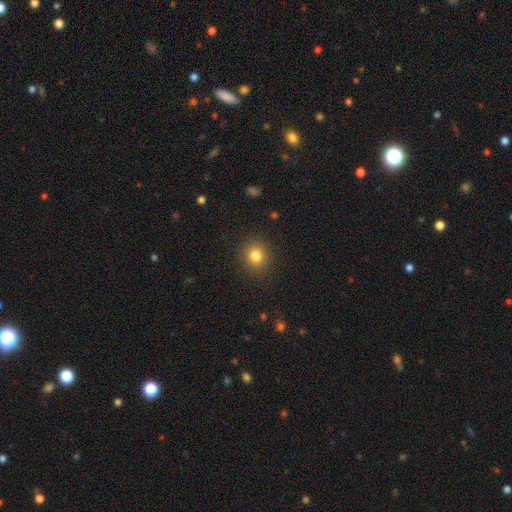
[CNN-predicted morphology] Overall: smooth (82%). How rounded: round (84%). Merging: none (89%).